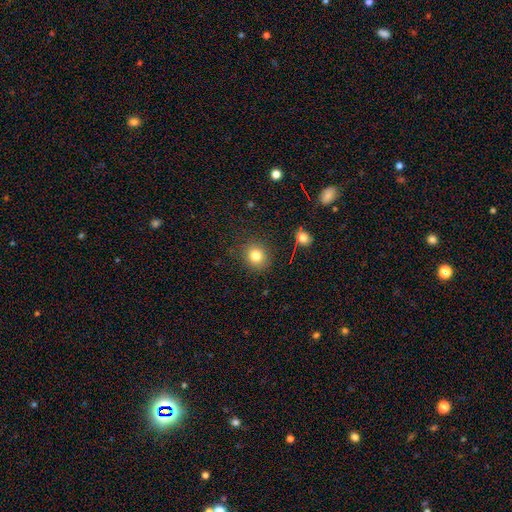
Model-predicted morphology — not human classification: A smooth galaxy with no disk features (80%) that is round (78%). Merging: none (86%).